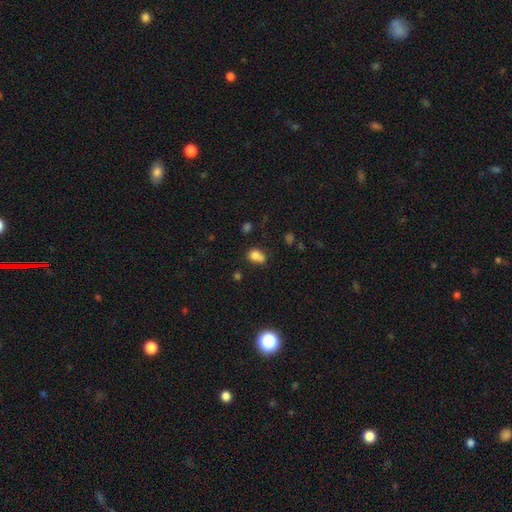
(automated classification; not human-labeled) A smooth galaxy with no disk features (77%) that is in between round and cigar-shaped (58%).

Vote fractions:
- Smooth or featured? smooth: 77% / star or artifact: 12% / featured or disk: 10%
- How rounded? in between: 58% / round: 41% / cigar-shaped: 2%
- Merging? none: 41% / merger: 30% / minor disturbance: 21% / major disturbance: 8%